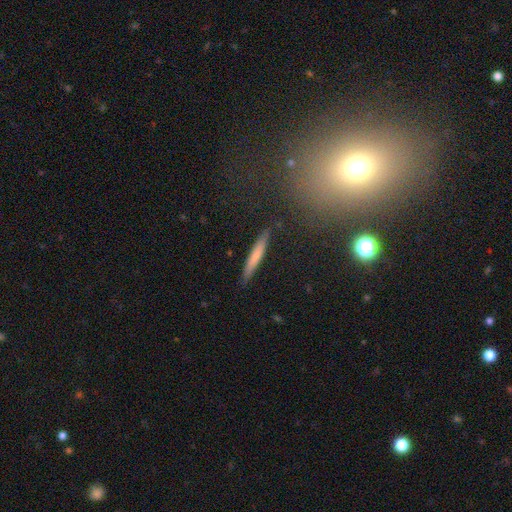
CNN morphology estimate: Overall: smooth (66%; featured or disk 28%). How rounded: cigar-shaped (95%). Merging: none (88%).